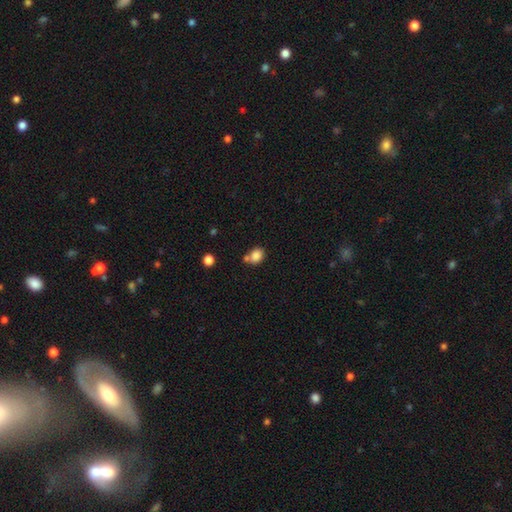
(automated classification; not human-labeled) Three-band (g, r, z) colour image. It shows a smooth galaxy with no disk features (84%) that is round (51%). Merging: none (54%).